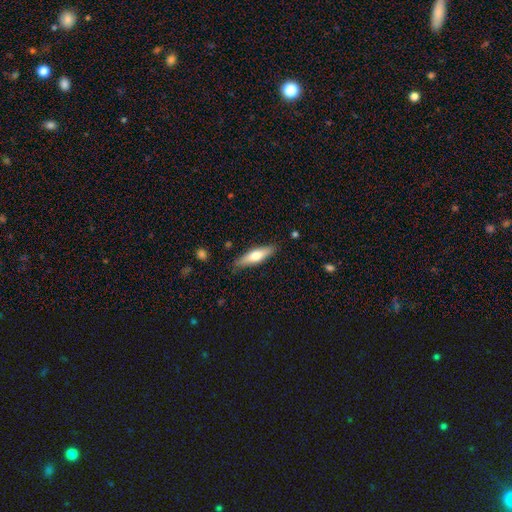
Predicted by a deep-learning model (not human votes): The model was most divided on "smooth or featured": smooth: 58%, featured or disk: 37%, star or artifact: 5%. More confident: merging — none (86%); how rounded — cigar-shaped (69%).